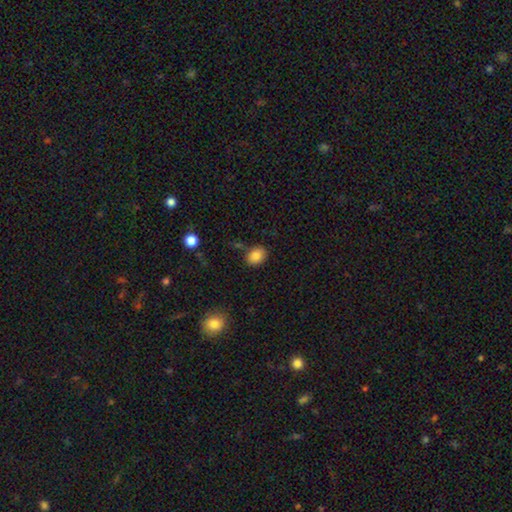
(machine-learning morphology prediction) Smooth or featured?
  - smooth: 85% *
  - star or artifact: 9%
  - featured or disk: 5%
How rounded?
  - in between: 62% *
  - round: 37%
  - cigar-shaped: 1%
Merging?
  - none: 81% *
  - minor disturbance: 12%
  - merger: 4%
  - major disturbance: 3%